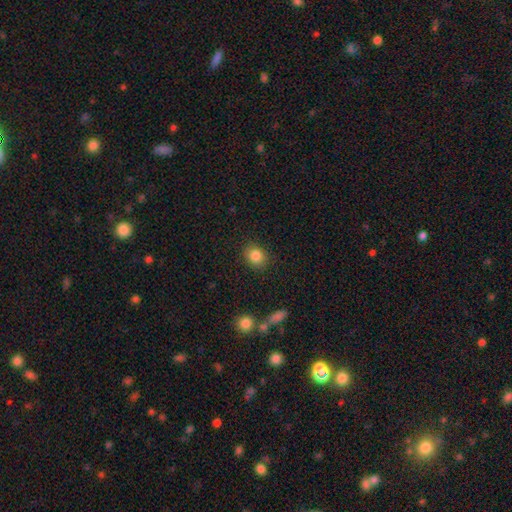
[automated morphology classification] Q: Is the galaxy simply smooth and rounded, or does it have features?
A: smooth — 84%.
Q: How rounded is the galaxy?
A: round — 64%.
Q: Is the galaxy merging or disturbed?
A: none — 87%.